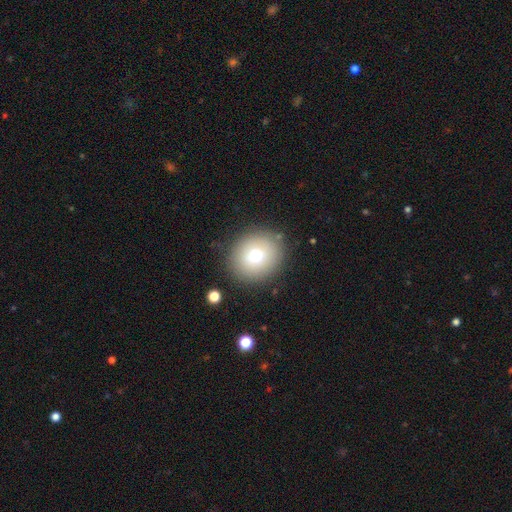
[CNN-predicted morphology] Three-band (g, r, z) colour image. It shows a smooth galaxy with no disk features (75%) that is round (78%). Merging: none (85%).